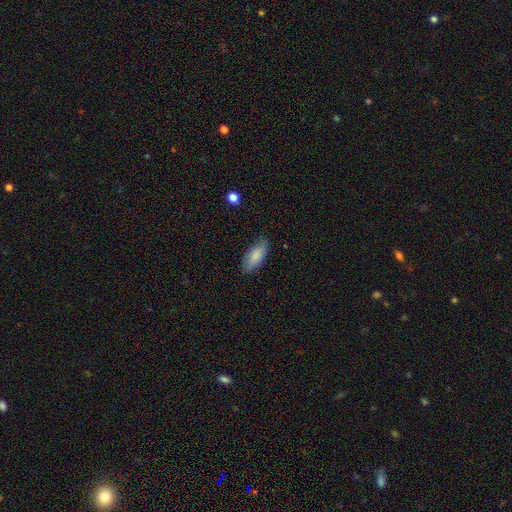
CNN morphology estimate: Smooth or featured? smooth (86%)
How rounded? in between (82%)
Merging? none (82%)